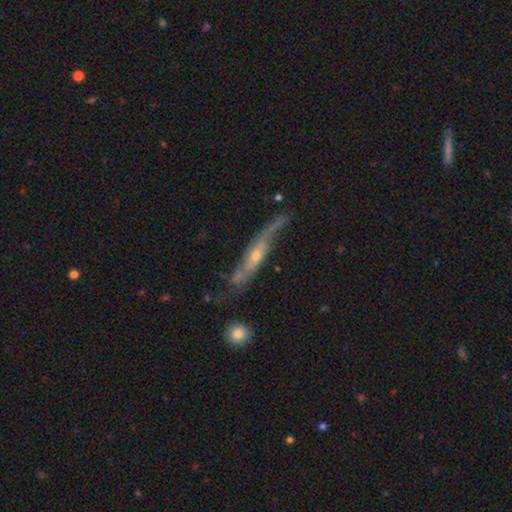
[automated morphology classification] Smooth or featured? featured or disk (75%)
Edge-on disk? yes (57%)
Merging? none (47%)